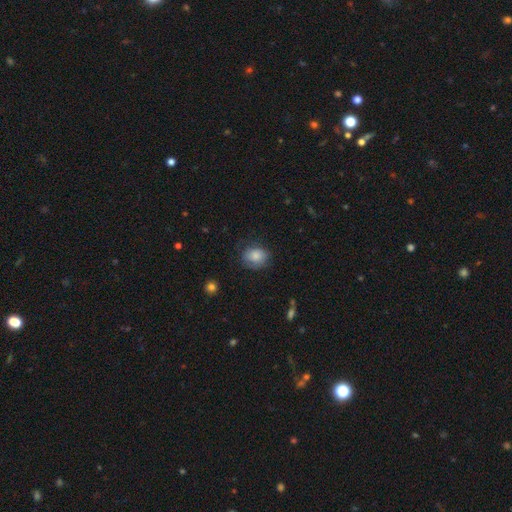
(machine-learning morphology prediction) Smooth or featured: smooth — 82% (featured or disk — 10%)
How rounded: round — 52% (in between — 47%)
Merging: none — 68% (minor disturbance — 23%)